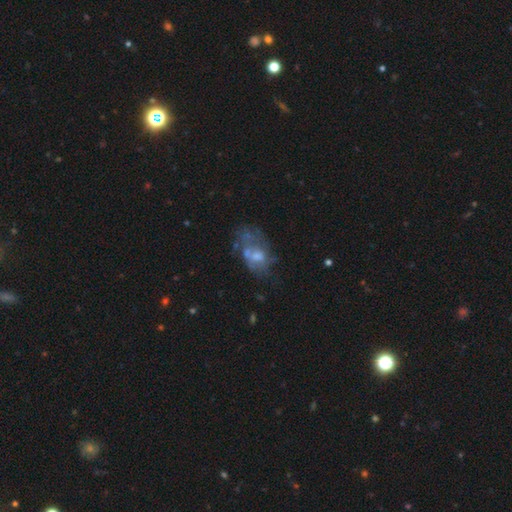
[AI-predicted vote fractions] Smooth or featured?
  - featured or disk: 53% *
  - smooth: 36%
  - star or artifact: 11%
Edge-on disk?
  - no: 97% *
  - yes: 3%
Bar?
  - no: 81% *
  - weak: 16%
  - strong: 3%
Spiral arms?
  - no: 81% *
  - yes: 19%
Bulge size?
  - moderate: 43% *
  - small: 24%
  - none: 21%
  - large: 10%
  - dominant: 2%
Merging?
  - major disturbance: 33% *
  - none: 31%
  - minor disturbance: 21%
  - merger: 15%